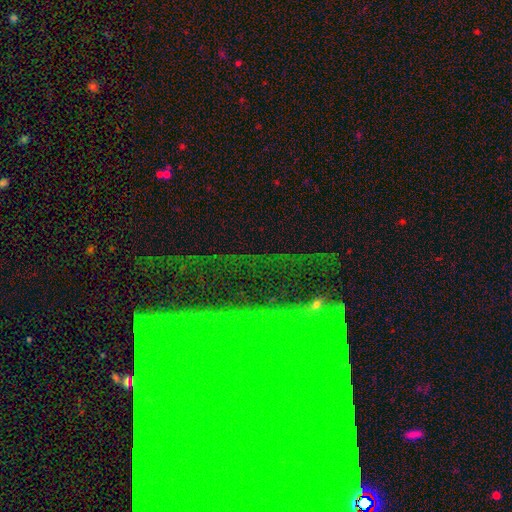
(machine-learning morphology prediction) Q: Smooth or featured?
A: star or artifact (71%); runner-up: featured or disk (18%)